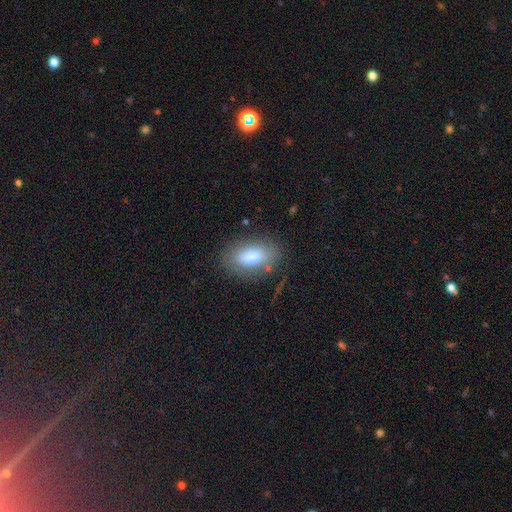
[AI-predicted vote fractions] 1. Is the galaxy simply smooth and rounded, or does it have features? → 80% smooth, 12% featured or disk, 8% star or artifact.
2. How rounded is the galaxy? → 91% in between, 6% round, 4% cigar-shaped.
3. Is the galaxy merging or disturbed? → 77% none, 15% minor disturbance, 6% major disturbance, 3% merger.